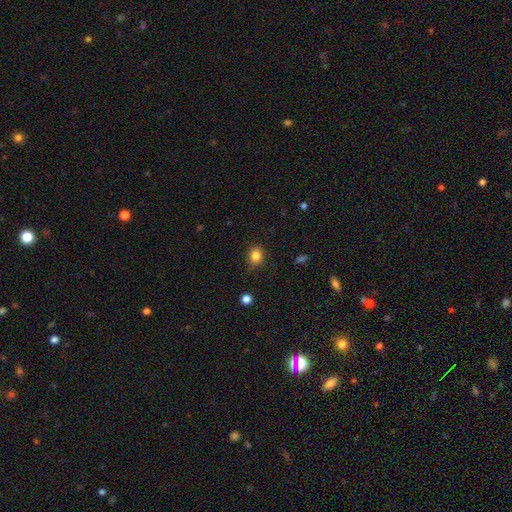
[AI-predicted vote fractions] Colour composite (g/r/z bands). It shows a smooth galaxy with no disk features (83%) that is round (74%). Merging: none (83%).